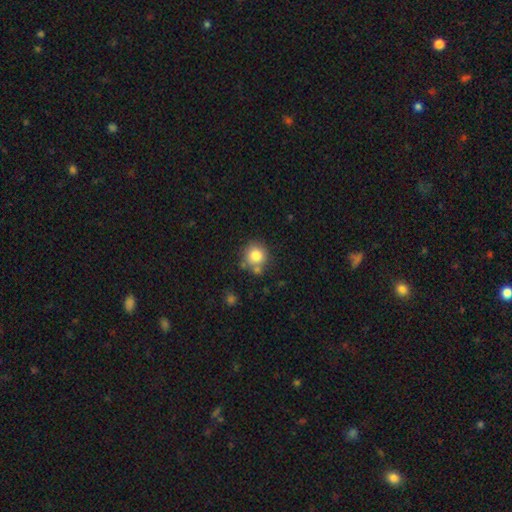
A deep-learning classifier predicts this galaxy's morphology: Q: Smooth or featured?
A: smooth (81%); runner-up: star or artifact (10%)
Q: How rounded?
A: round (91%); runner-up: in between (8%)
Q: Merging?
A: none (71%); runner-up: merger (13%)